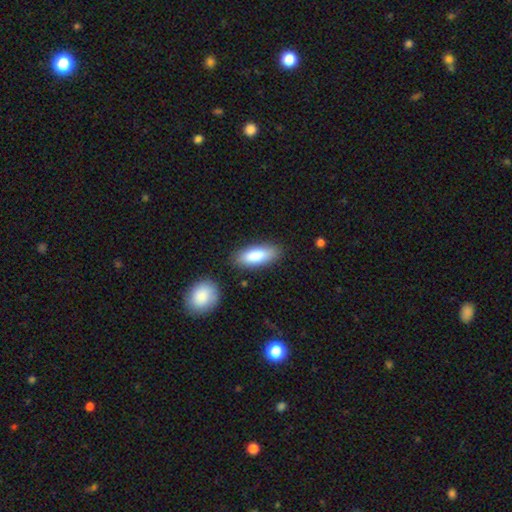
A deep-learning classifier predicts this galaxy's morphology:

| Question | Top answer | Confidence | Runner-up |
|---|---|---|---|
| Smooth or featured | smooth | 85% | featured or disk (9%) |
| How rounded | in between | 77% | cigar-shaped (21%) |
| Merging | none | 83% | minor disturbance (11%) |